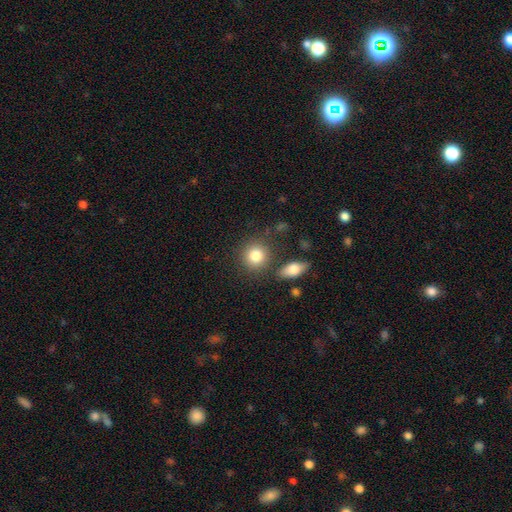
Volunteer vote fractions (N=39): This appears to be a smooth galaxy with no disk features (92%) that is round (89%). Merging: none (85%).